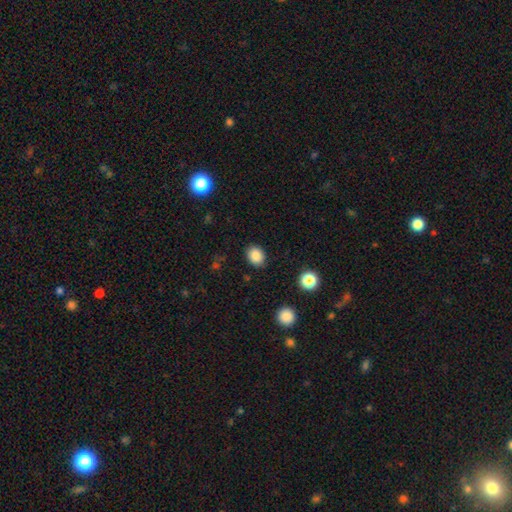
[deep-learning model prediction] Smooth or featured: smooth — 87% (star or artifact — 10%)
How rounded: in between — 53% (round — 46%)
Merging: none — 87% (minor disturbance — 9%)